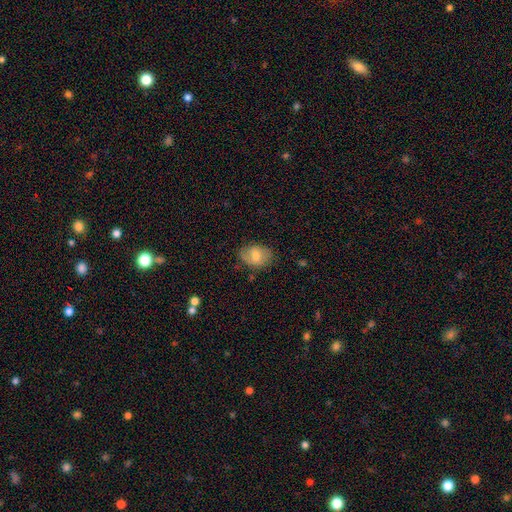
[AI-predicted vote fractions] A smooth galaxy with no disk features (64%) that is in between round and cigar-shaped (77%).

Vote fractions:
- Smooth or featured? smooth: 64% / featured or disk: 28% / star or artifact: 8%
- How rounded? in between: 77% / round: 22% / cigar-shaped: 1%
- Merging? none: 75% / minor disturbance: 19% / major disturbance: 5% / merger: 1%